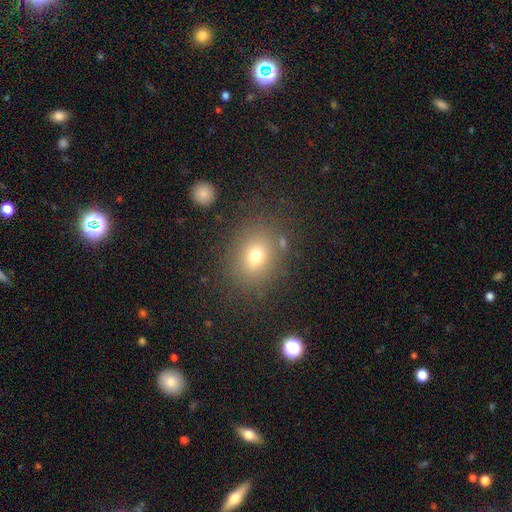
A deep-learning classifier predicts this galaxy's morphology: smooth-or-featured: smooth: 72% | star or artifact: 16% | featured or disk: 13%
  how-rounded: round: 56% | in between: 42% | cigar-shaped: 1%
  merging: none: 80% | minor disturbance: 11% | major disturbance: 5% | merger: 4%